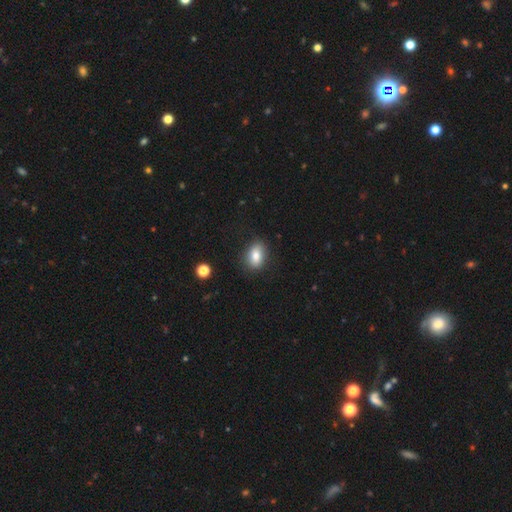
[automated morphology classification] Smooth or featured? Predicted: smooth (p=0.80). How rounded? Predicted: in between (p=0.80). Merging? Predicted: none (p=0.84).